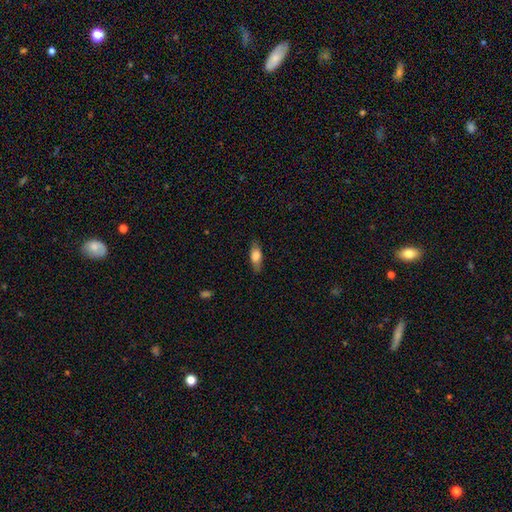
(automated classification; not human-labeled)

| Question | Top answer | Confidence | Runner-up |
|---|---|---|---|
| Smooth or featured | smooth | 70% | featured or disk (23%) |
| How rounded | in between | 69% | cigar-shaped (28%) |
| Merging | none | 83% | minor disturbance (13%) |